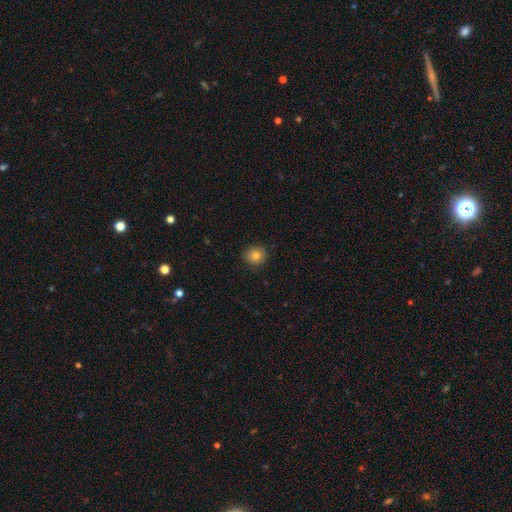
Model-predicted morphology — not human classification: Smooth or featured?
  - smooth: 81% *
  - star or artifact: 11%
  - featured or disk: 8%
How rounded?
  - round: 86% *
  - in between: 13%
  - cigar-shaped: 1%
Merging?
  - none: 87% *
  - minor disturbance: 10%
  - major disturbance: 2%
  - merger: 1%